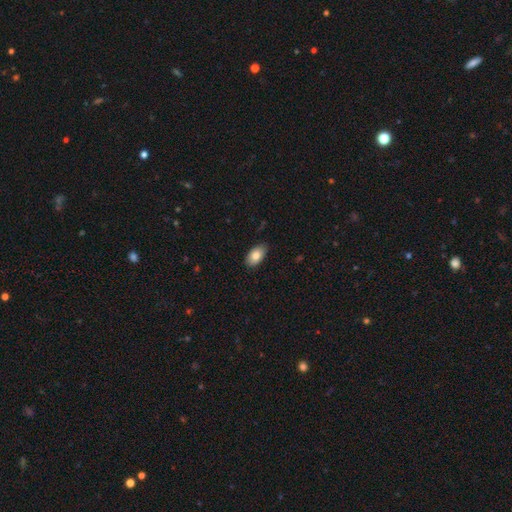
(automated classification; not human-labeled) Overall: smooth (81%). How rounded: in between (93%). Merging: none (84%).